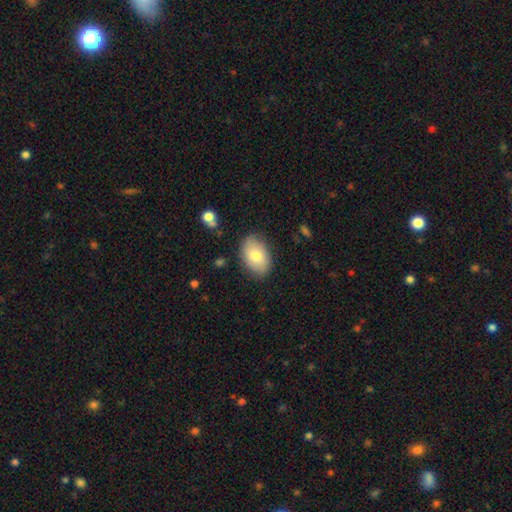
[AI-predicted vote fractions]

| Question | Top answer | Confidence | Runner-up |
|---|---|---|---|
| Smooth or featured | smooth | 76% | featured or disk (18%) |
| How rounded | in between | 89% | round (10%) |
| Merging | none | 83% | minor disturbance (13%) |